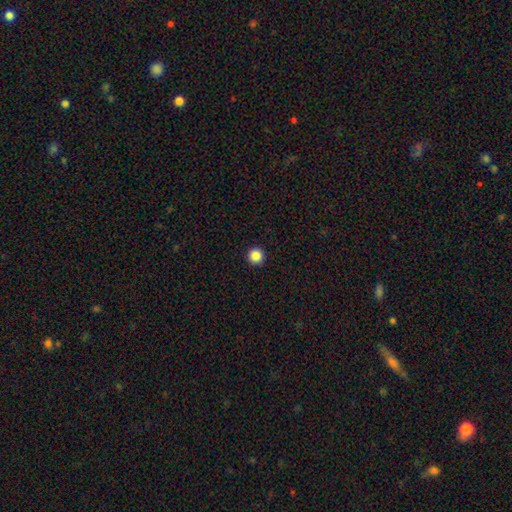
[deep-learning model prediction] A smooth galaxy with no disk features (86%) that is round (96%). Merging: none (94%).